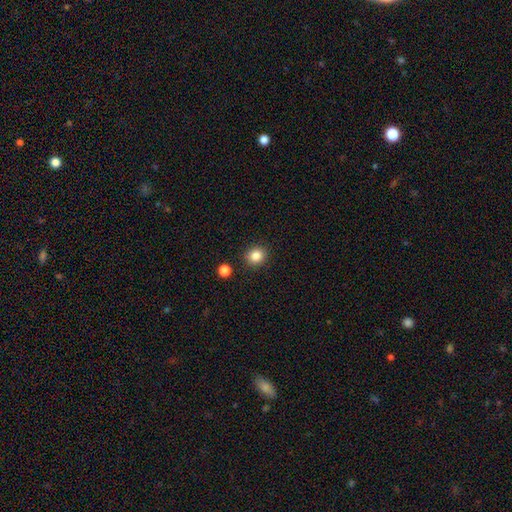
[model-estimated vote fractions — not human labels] Smooth or featured? Predicted: smooth (p=0.84). How rounded? Predicted: round (p=0.86). Merging? Predicted: none (p=0.89).